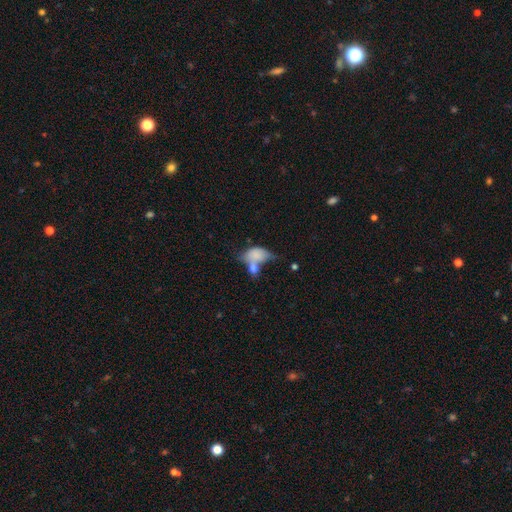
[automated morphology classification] Smooth or featured?
  - smooth: 71% *
  - featured or disk: 21%
  - star or artifact: 8%
How rounded?
  - in between: 85% *
  - round: 12%
  - cigar-shaped: 3%
Merging?
  - merger: 50% *
  - none: 18%
  - major disturbance: 17%
  - minor disturbance: 16%